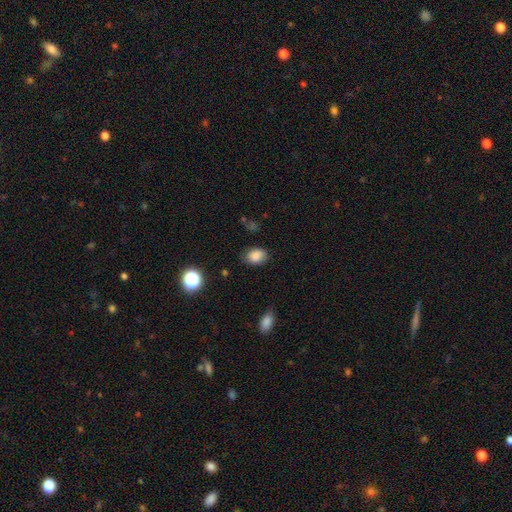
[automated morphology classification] smooth-or-featured: smooth: 84% | star or artifact: 10% | featured or disk: 6%
  how-rounded: in between: 70% | round: 29% | cigar-shaped: 1%
  merging: none: 76% | minor disturbance: 18% | major disturbance: 4% | merger: 2%